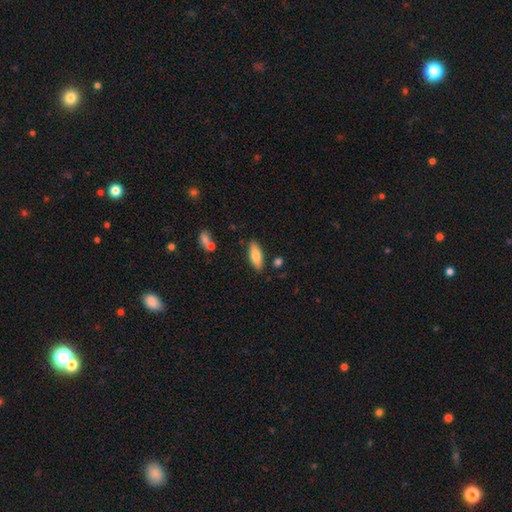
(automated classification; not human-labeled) smooth-or-featured: smooth: 80% | featured or disk: 14% | star or artifact: 6%
  how-rounded: in between: 70% | cigar-shaped: 28% | round: 2%
  merging: none: 83% | minor disturbance: 11% | merger: 3% | major disturbance: 2%